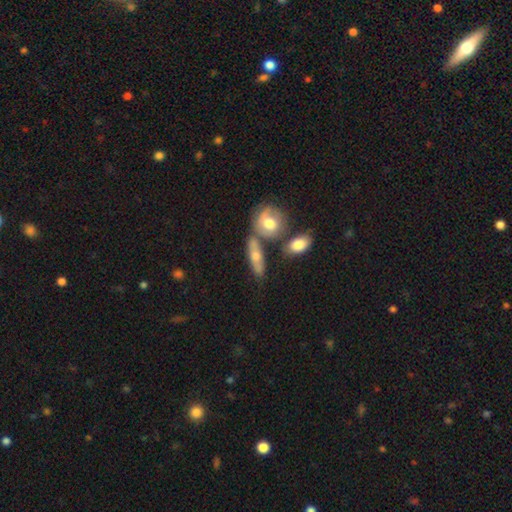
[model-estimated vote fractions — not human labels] This is possibly a smooth galaxy (56%). How rounded: possibly in between (50%). Merging: possibly none (57%).